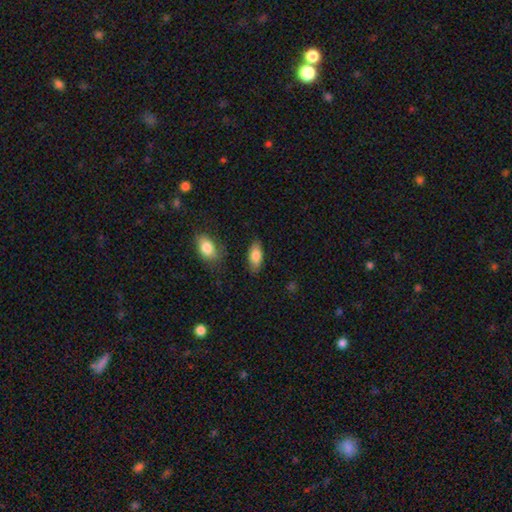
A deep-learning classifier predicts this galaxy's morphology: smooth_or_featured: smooth (p=0.82) [alt: featured or disk p=0.11]
how_rounded: in between (p=0.87) [alt: cigar-shaped p=0.10]
merging: none (p=0.82) [alt: minor disturbance p=0.12]